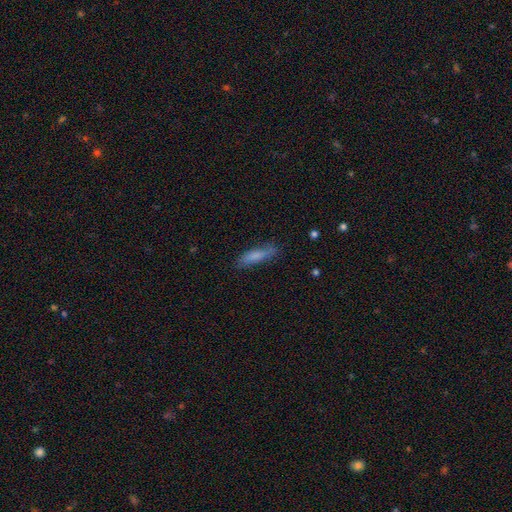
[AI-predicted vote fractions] Smooth or featured? Predicted: smooth (p=0.73). How rounded? Predicted: cigar-shaped (p=0.75). Merging? Predicted: none (p=0.74).